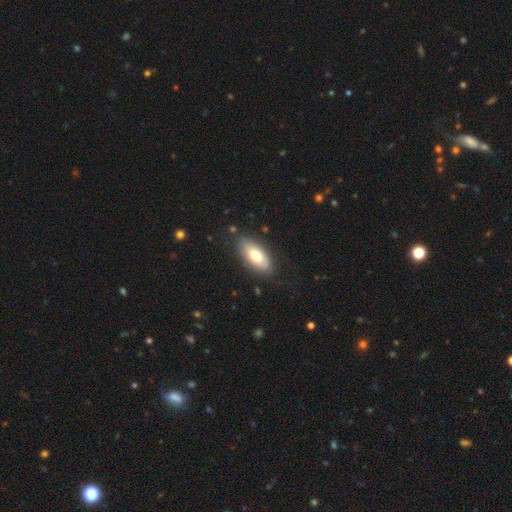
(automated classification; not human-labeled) smooth_or_featured: smooth (p=0.70) [alt: featured or disk p=0.23]
how_rounded: in between (p=0.88) [alt: cigar-shaped p=0.09]
merging: none (p=0.81) [alt: minor disturbance p=0.14]